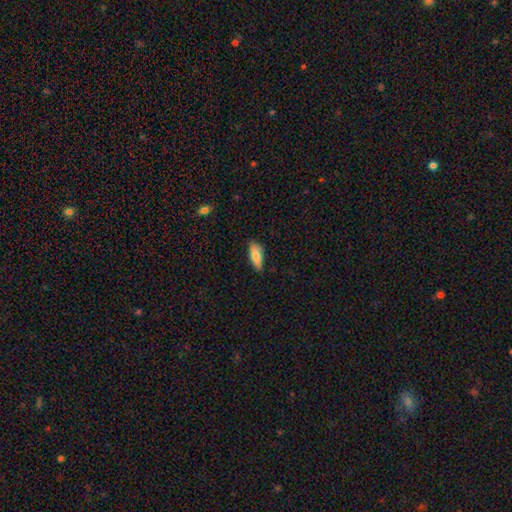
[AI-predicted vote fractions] Overall: smooth (77%). How rounded: in between (64%; cigar-shaped 34%). Merging: none (81%).